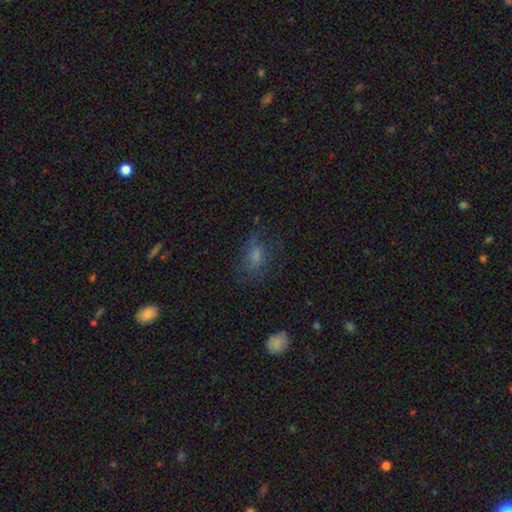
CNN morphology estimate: The model was most divided on "smooth or featured": smooth: 59%, featured or disk: 22%, star or artifact: 19%. More confident: how rounded — in between (75%); merging — none (60%).